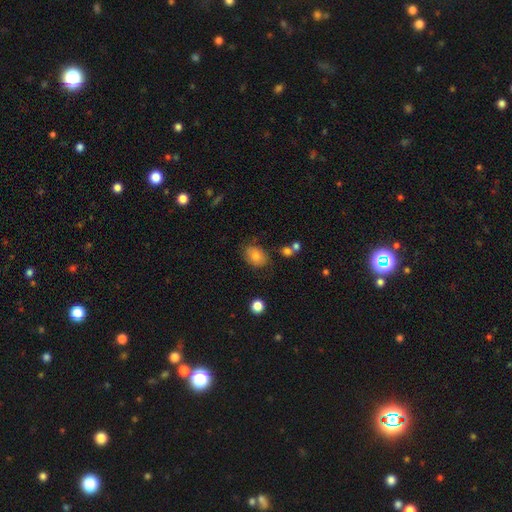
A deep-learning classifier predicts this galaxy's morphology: Smooth or featured: smooth — 82% (featured or disk — 9%)
How rounded: in between — 73% (round — 26%)
Merging: none — 74% (minor disturbance — 18%)